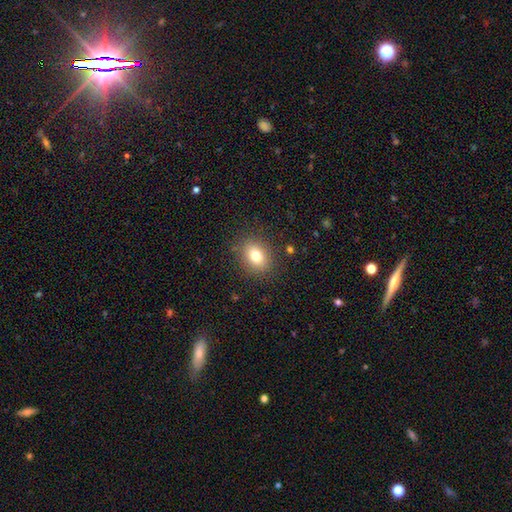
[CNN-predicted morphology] This is likely a smooth galaxy (77%). How rounded: possibly in between (57%). Merging: clearly none (86%).